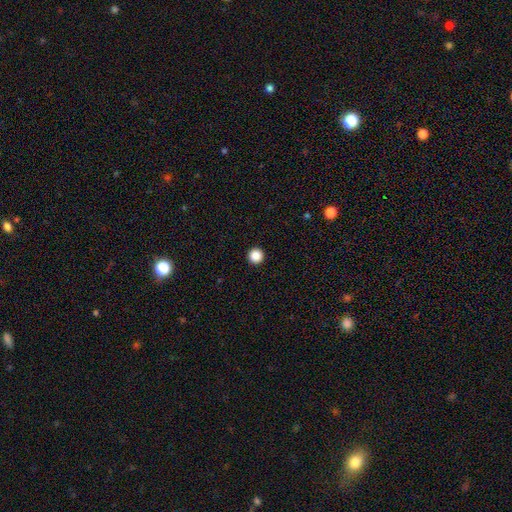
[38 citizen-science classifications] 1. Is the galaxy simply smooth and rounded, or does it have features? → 92% smooth, 5% star or artifact, 3% featured or disk.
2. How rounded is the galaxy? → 100% round, 0% in between, 0% cigar-shaped.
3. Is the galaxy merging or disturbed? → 92% none, 3% minor disturbance, 3% major disturbance, 3% merger.